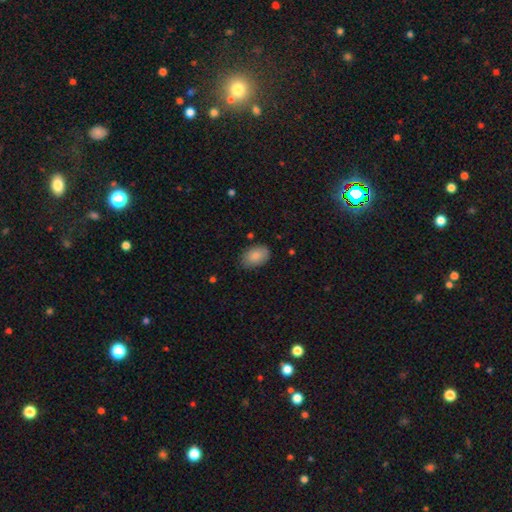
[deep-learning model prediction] smooth 86%, featured or disk 7%, star or artifact 7%. Down the decision tree: how rounded — in between (88%); merging — none (79%).